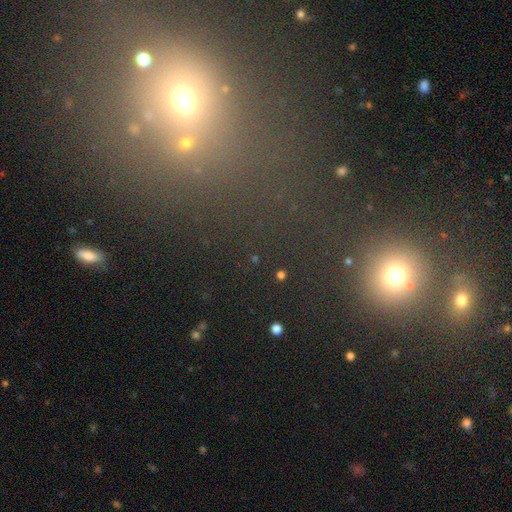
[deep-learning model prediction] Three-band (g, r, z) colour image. It shows a star or artifact, not a galaxy (45%).